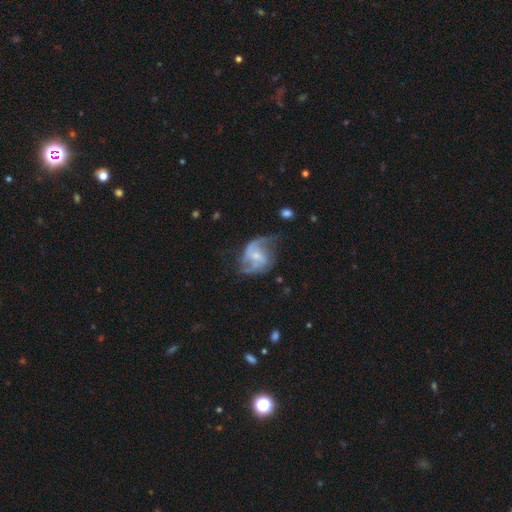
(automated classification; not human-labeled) smooth_or_featured: featured or disk (p=0.81) [alt: smooth p=0.13]
disk_edge_on: no (p=0.98) [alt: yes p=0.02]
bar: weak (p=0.49) [alt: no p=0.37]
has_spiral_arms: yes (p=0.92) [alt: no p=0.08]
spiral_winding: loose (p=0.44) [alt: medium p=0.43]
spiral_arm_count: 2 (p=0.74) [alt: can't tell p=0.10]
bulge_size: small (p=0.52) [alt: moderate p=0.29]
merging: none (p=0.51) [alt: minor disturbance p=0.24]